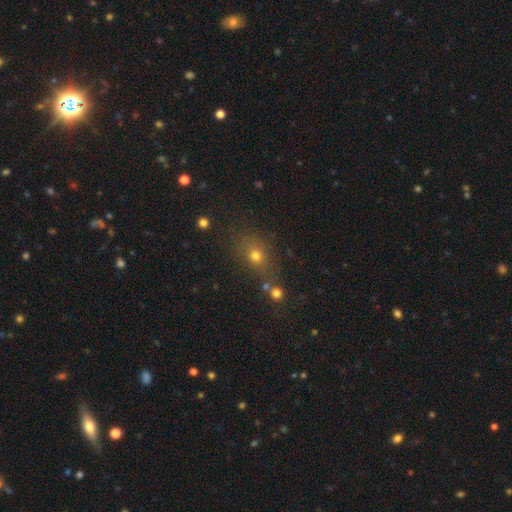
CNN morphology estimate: Smooth or featured: smooth — 68% (star or artifact — 20%)
How rounded: round — 56% (in between — 42%)
Merging: none — 67% (minor disturbance — 14%)